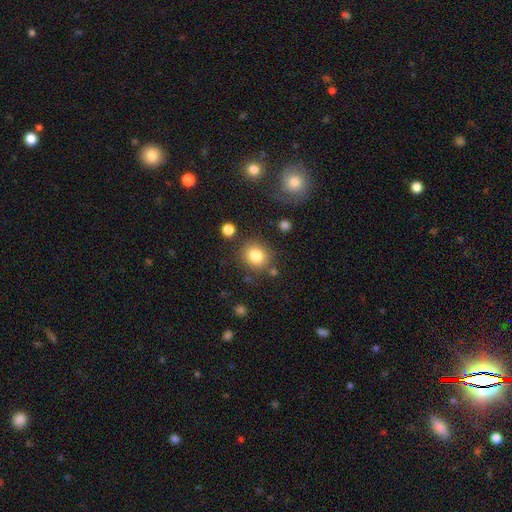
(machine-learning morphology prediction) Q: Smooth or featured?
A: smooth (82%); runner-up: star or artifact (10%)
Q: How rounded?
A: round (78%); runner-up: in between (21%)
Q: Merging?
A: none (80%); runner-up: minor disturbance (11%)